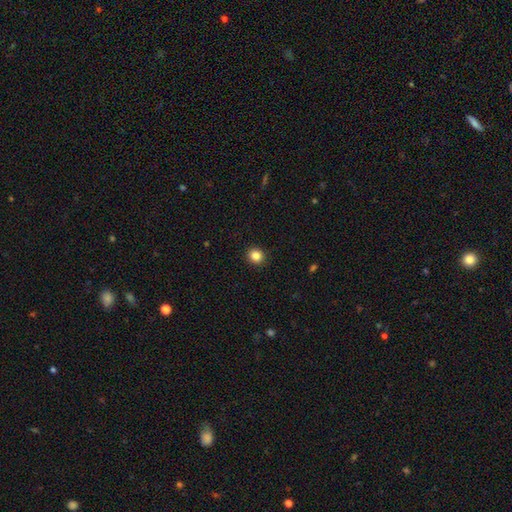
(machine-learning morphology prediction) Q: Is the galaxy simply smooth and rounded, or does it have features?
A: smooth — 86%.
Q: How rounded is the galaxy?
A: round — 87%.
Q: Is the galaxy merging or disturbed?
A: none — 92%.